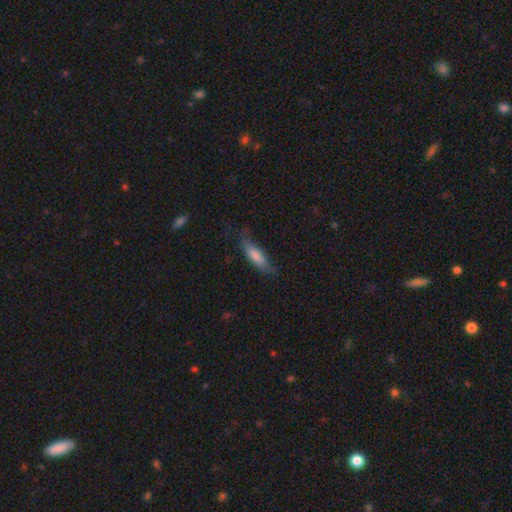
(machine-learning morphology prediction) The model was most divided on "how rounded": cigar-shaped: 53%, in between: 46%, round: 2%. More confident: smooth or featured — smooth (77%); merging — none (65%).